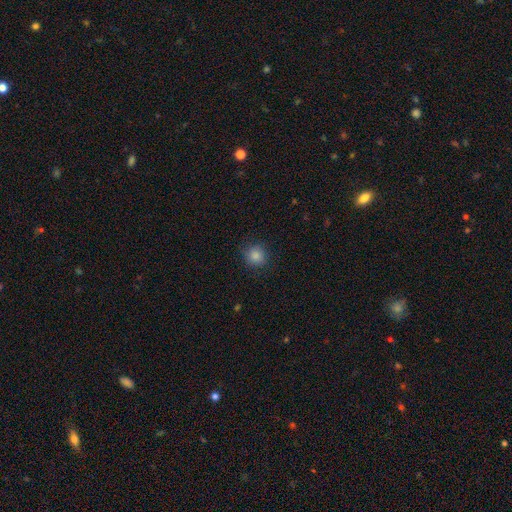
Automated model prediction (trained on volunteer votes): smooth-or-featured: smooth: 85% | star or artifact: 11% | featured or disk: 4%
  how-rounded: round: 91% | in between: 8% | cigar-shaped: 1%
  merging: none: 87% | minor disturbance: 9% | major disturbance: 3% | merger: 1%